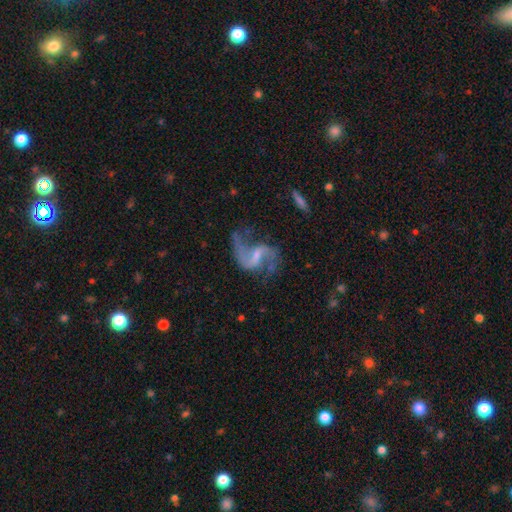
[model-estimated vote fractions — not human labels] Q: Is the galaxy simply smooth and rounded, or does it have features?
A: featured or disk — 89%.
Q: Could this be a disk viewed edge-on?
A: no — 98%.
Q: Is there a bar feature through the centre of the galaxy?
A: weak — 53%.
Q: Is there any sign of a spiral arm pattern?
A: yes — 96%.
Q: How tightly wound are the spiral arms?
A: loose — 68%.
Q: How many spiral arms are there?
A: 2 — 91%.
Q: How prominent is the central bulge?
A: small — 53%.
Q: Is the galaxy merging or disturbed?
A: none — 64%.